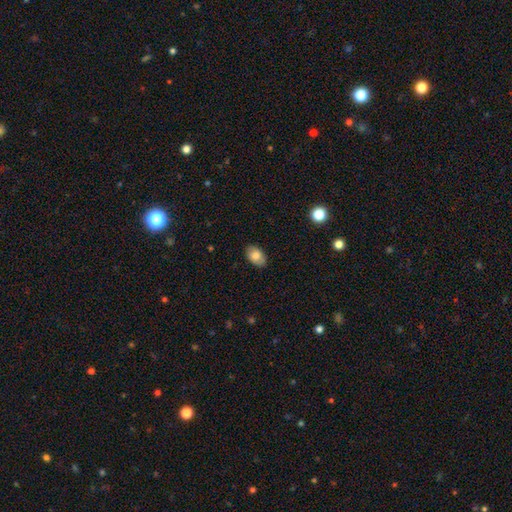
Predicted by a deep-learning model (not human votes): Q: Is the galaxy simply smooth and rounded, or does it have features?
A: smooth — 80%.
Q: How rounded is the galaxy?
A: in between — 90%.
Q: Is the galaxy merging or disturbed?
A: none — 86%.